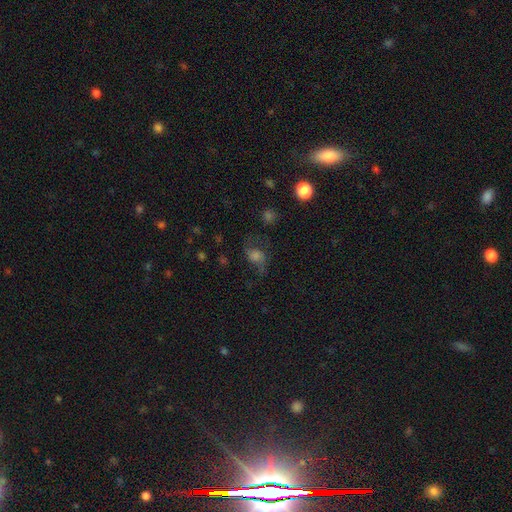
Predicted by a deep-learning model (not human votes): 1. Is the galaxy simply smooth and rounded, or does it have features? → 46% smooth, 34% featured or disk, 20% star or artifact.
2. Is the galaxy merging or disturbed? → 52% none, 23% major disturbance, 22% minor disturbance, 3% merger.